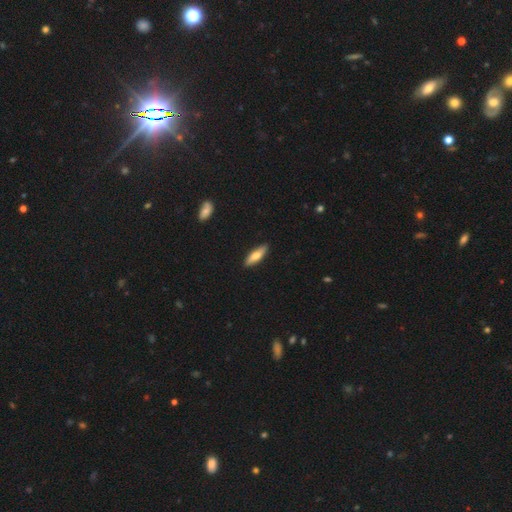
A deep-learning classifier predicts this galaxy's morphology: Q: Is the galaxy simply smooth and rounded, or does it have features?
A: smooth — 69%.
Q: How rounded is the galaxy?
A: cigar-shaped — 51%.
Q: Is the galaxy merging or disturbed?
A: none — 89%.